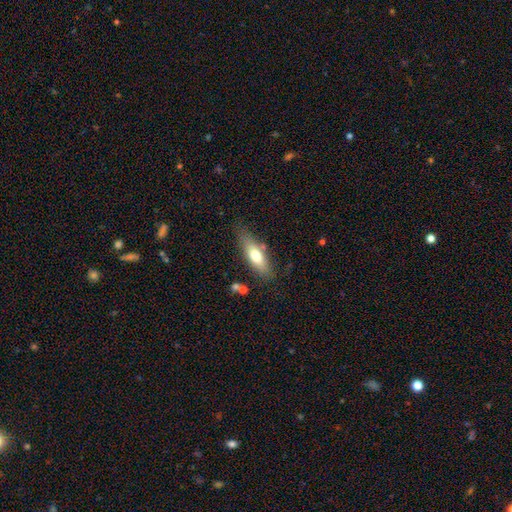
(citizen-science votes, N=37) This is likely a smooth galaxy (70%). How rounded: possibly cigar-shaped (58%). Merging: possibly none (59%).